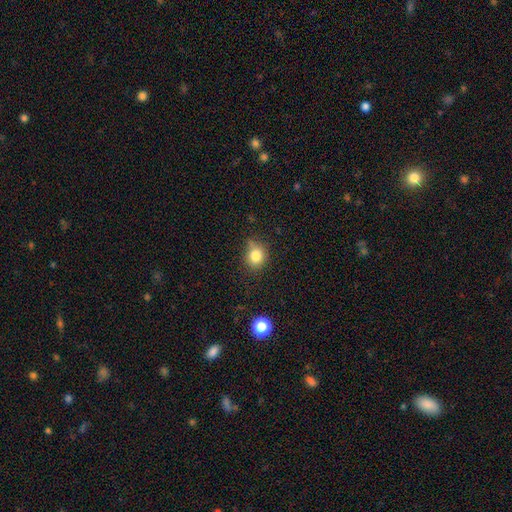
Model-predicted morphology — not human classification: The model was most divided on "merging": none: 65%, minor disturbance: 26%, major disturbance: 6%, merger: 4%. More confident: smooth or featured — smooth (81%); how rounded — round (71%).